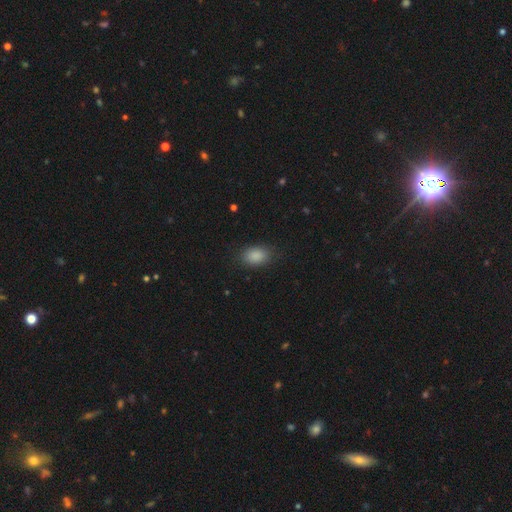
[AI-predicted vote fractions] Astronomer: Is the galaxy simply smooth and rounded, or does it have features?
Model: smooth — 88%.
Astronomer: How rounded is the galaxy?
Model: in between — 84%.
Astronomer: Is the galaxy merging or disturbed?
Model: none — 83%.